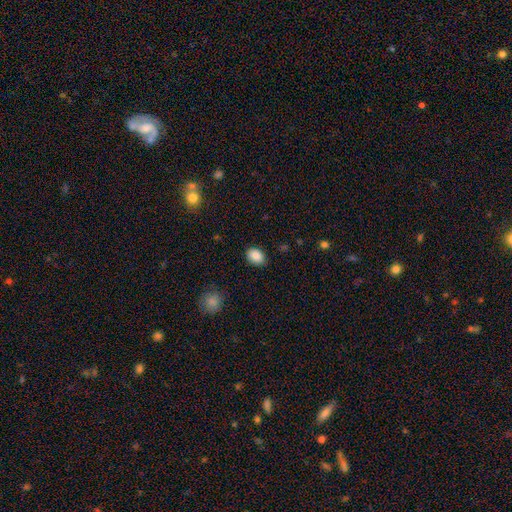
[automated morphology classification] The model was most divided on "how rounded": in between: 72%, round: 27%, cigar-shaped: 1%. More confident: merging — none (87%); smooth or featured — smooth (87%).